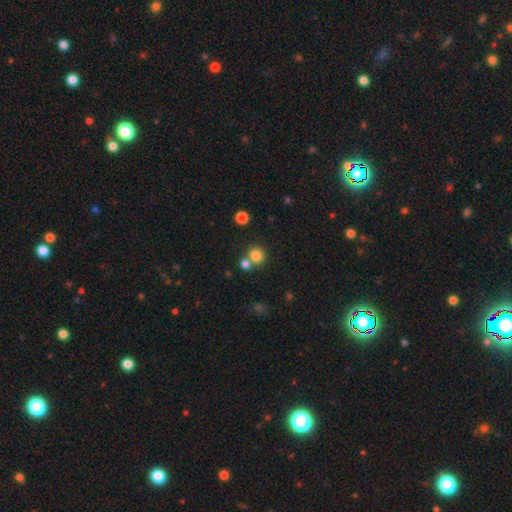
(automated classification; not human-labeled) This appears to be a smooth galaxy with no disk features (81%) that is round (86%). Merging: none (63%).